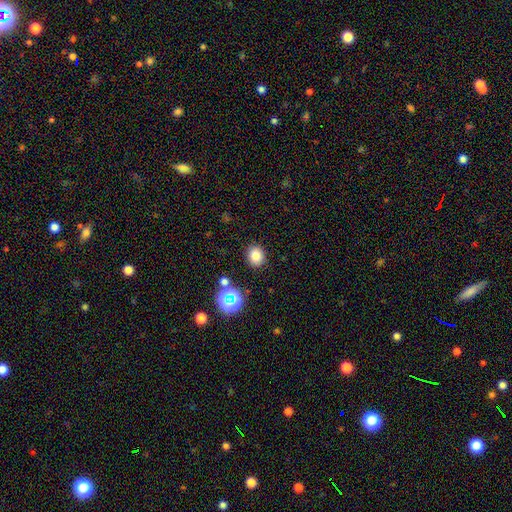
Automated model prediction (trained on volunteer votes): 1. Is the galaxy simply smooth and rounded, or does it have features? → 79% smooth, 15% star or artifact, 7% featured or disk.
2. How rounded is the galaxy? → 72% round, 27% in between, 1% cigar-shaped.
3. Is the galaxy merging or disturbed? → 88% none, 7% minor disturbance, 2% major disturbance, 2% merger.